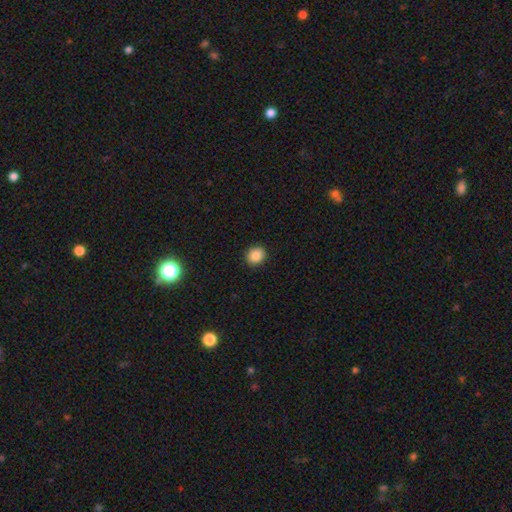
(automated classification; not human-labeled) Smooth or featured? Predicted: smooth (p=0.85). How rounded? Predicted: round (p=0.82). Merging? Predicted: none (p=0.91).